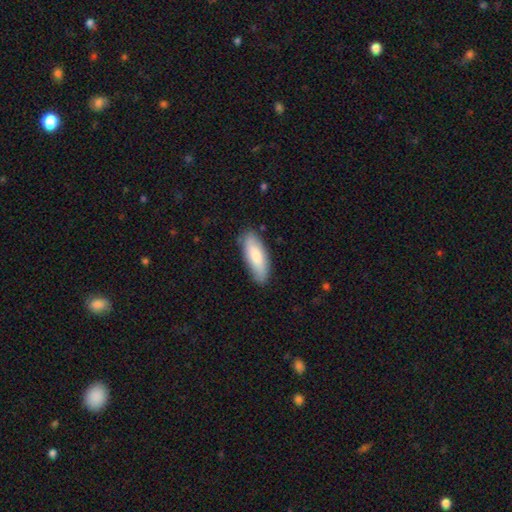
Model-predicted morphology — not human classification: Smooth or featured: smooth — 78% (featured or disk — 16%)
How rounded: in between — 68% (cigar-shaped — 31%)
Merging: none — 83% (minor disturbance — 14%)